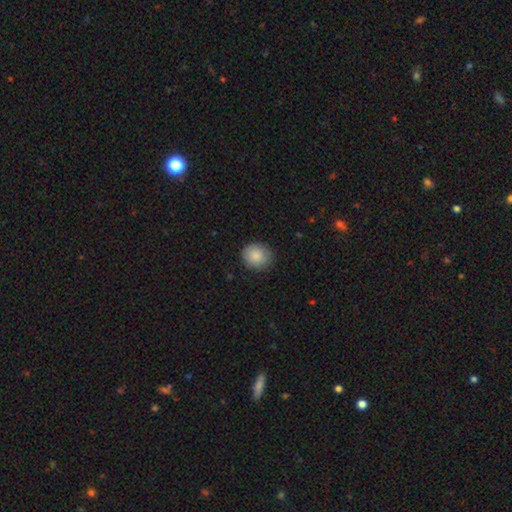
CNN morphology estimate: This appears to be a smooth galaxy with no disk features (87%) that is round (77%). Merging: none (85%).